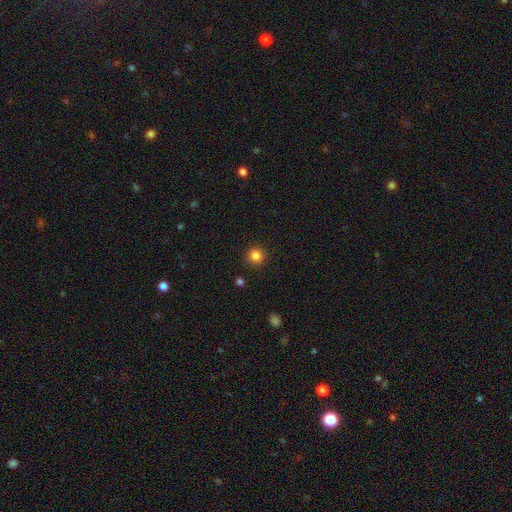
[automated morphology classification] This is clearly a smooth galaxy (85%). How rounded: clearly round (95%). Merging: clearly none (91%).